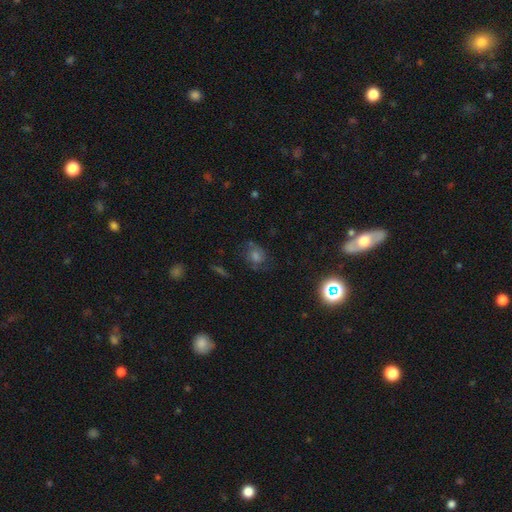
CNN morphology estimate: A smooth galaxy with no disk features (39%). Merging: none (69%).